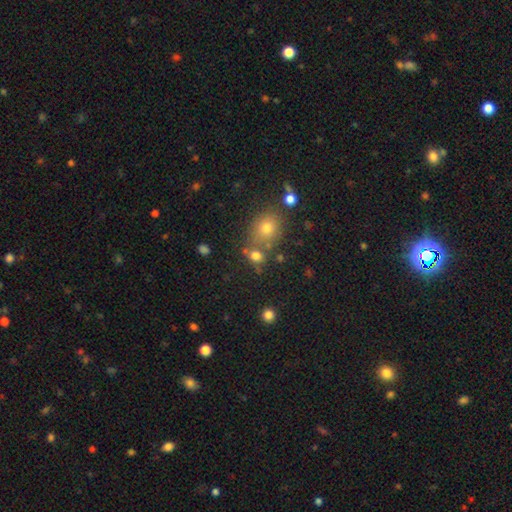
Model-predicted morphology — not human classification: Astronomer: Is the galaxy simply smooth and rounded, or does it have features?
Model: smooth — 73%.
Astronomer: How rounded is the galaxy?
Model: round — 62%.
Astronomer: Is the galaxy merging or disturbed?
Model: none — 57%.